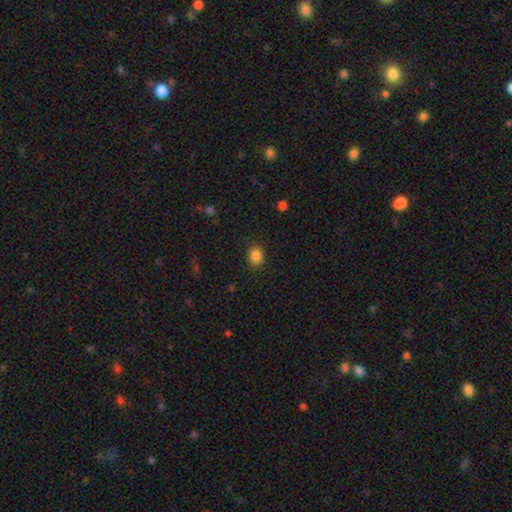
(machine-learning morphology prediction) Overall: smooth (86%). How rounded: in between (61%; round 38%). Merging: none (86%).